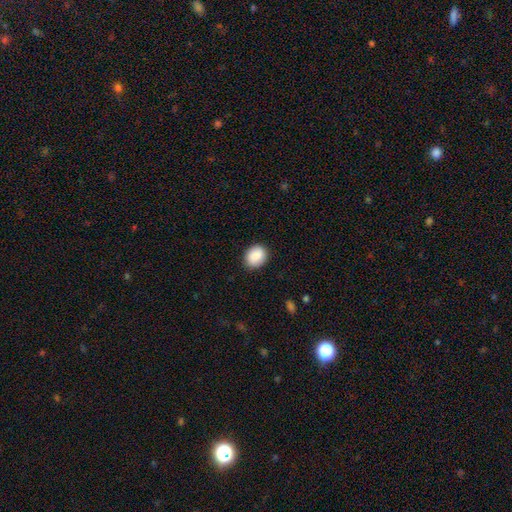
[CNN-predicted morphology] type=smooth (89%); roundness=round (52%); merging=none (88%).